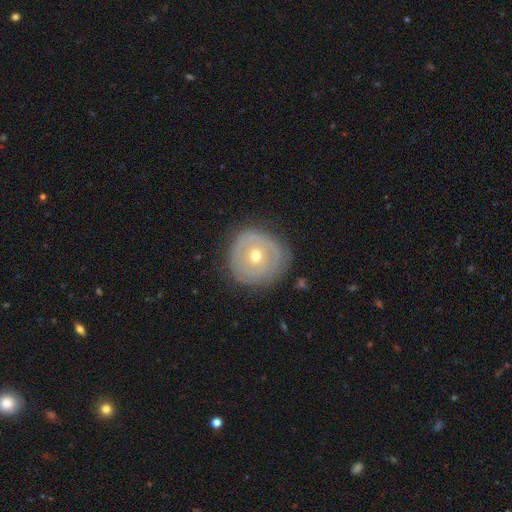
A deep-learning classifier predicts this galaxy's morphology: Smooth or featured? Predicted: featured or disk (p=0.59). Edge-on disk? Predicted: no (p=0.96). Bar? Predicted: no (p=0.86). Spiral arms? Predicted: no (p=0.57). Bulge size? Predicted: moderate (p=0.58). Merging? Predicted: none (p=0.79).